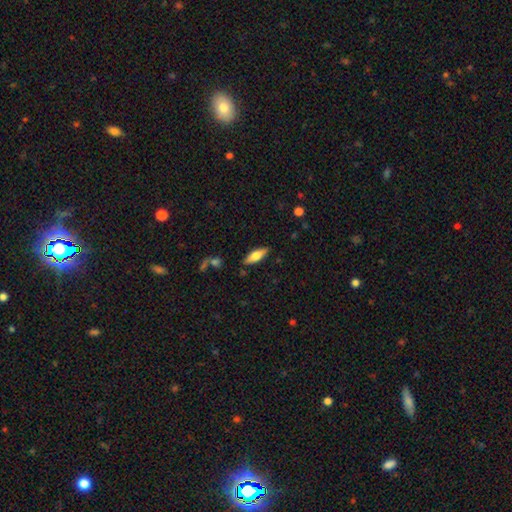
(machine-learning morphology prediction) This appears to be a smooth galaxy with no disk features (64%) that is in between round and cigar-shaped (62%). Merging: none (86%).